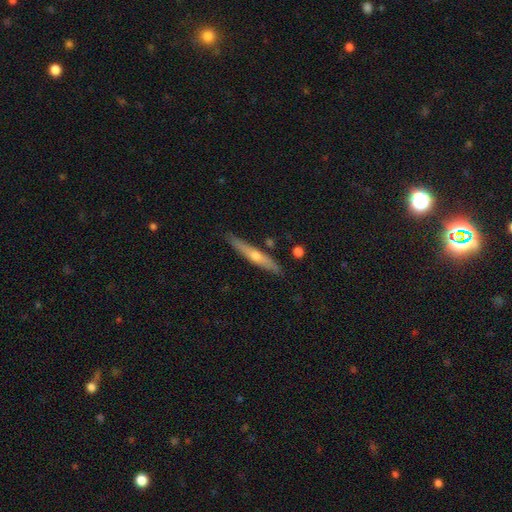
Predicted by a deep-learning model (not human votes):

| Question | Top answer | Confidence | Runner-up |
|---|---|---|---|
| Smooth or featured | featured or disk | 56% | smooth (38%) |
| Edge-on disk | yes | 93% | no (7%) |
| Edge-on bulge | rounded | 81% | none (16%) |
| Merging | none | 85% | minor disturbance (10%) |